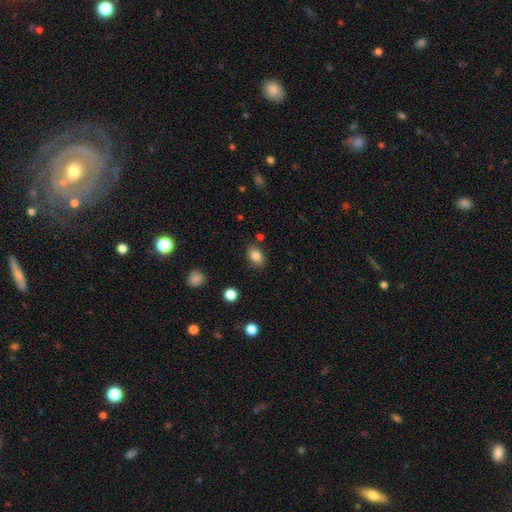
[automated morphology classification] smooth-or-featured: smooth: 83% | star or artifact: 10% | featured or disk: 7%
  how-rounded: in between: 76% | round: 22% | cigar-shaped: 1%
  merging: none: 81% | minor disturbance: 12% | merger: 3% | major disturbance: 3%